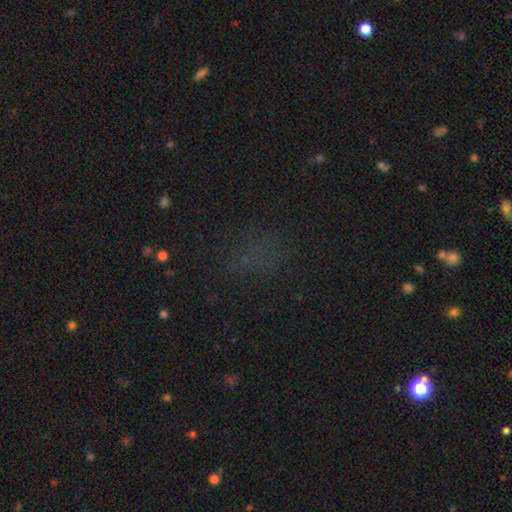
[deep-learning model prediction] star or artifact 46%, smooth 42%, featured or disk 11%.